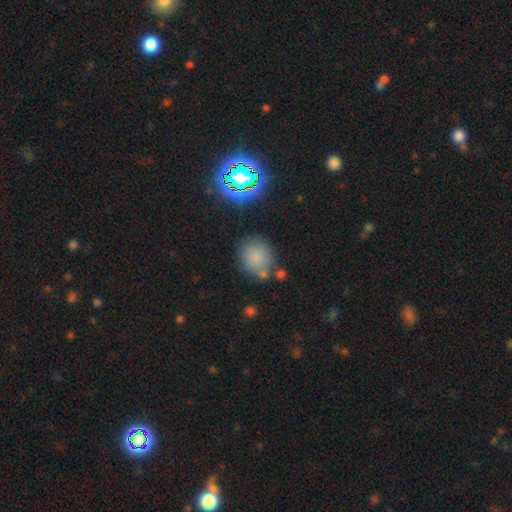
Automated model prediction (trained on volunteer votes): The model was most divided on "how rounded": round: 75%, in between: 23%, cigar-shaped: 1%. More confident: smooth or featured — smooth (77%); merging — none (70%).